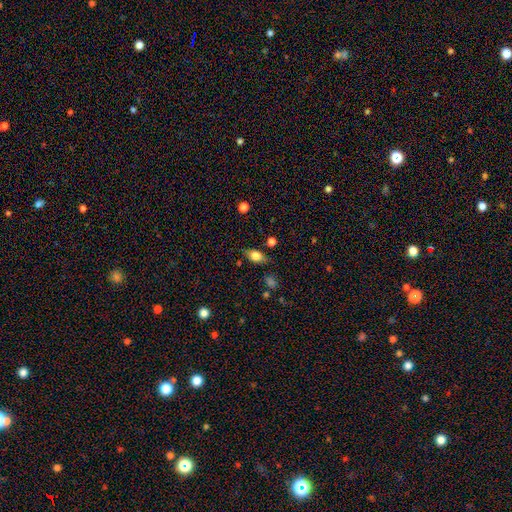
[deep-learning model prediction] smooth-or-featured: smooth: 70% | featured or disk: 20% | star or artifact: 10%
  how-rounded: in between: 80% | round: 13% | cigar-shaped: 7%
  merging: none: 74% | minor disturbance: 18% | major disturbance: 5% | merger: 2%